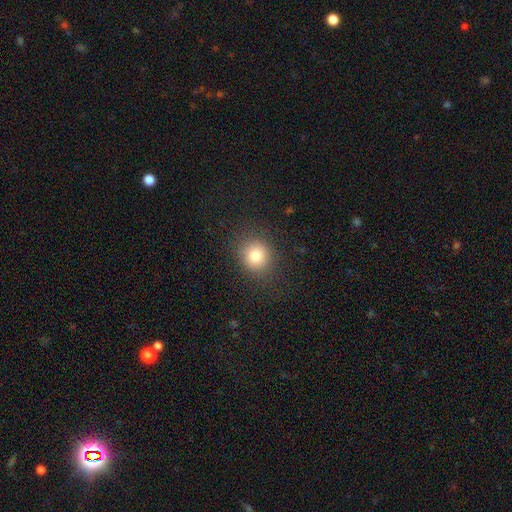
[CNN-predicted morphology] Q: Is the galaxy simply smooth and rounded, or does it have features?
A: smooth — 80%.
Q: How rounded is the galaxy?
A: round — 84%.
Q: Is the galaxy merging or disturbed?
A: none — 87%.